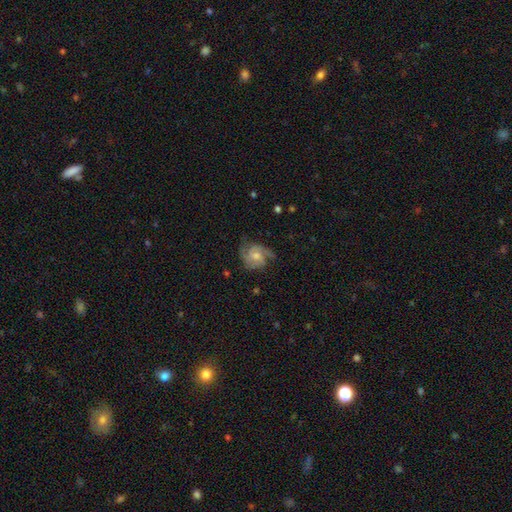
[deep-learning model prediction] This is likely a featured or disk galaxy (75%). It is clearly not viewed edge-on (98%). Bar: likely no (69%). Spiral arm pattern: clearly yes (94%). Spiral arm count: marginally 2 (43%). Spiral winding: possibly medium (46%). Central bulge: possibly moderate (56%). Merging: likely none (64%).